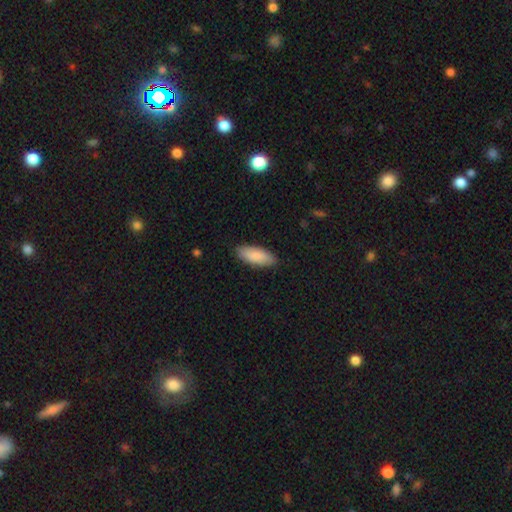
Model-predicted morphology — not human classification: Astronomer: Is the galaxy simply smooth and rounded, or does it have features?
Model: smooth — 88%.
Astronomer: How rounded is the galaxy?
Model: in between — 77%.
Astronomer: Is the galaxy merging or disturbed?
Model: none — 88%.